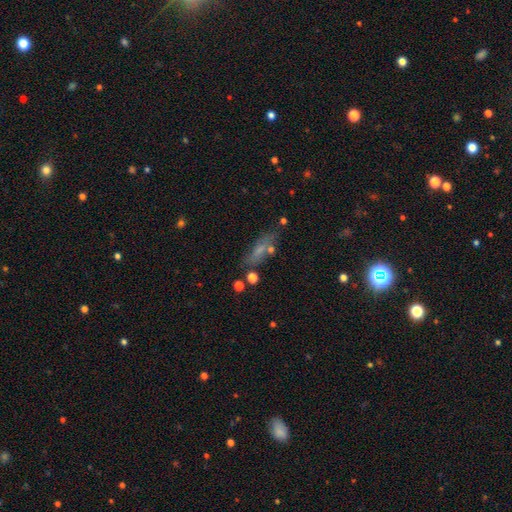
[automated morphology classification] smooth_or_featured: star or artifact (p=0.35) [alt: smooth p=0.34]